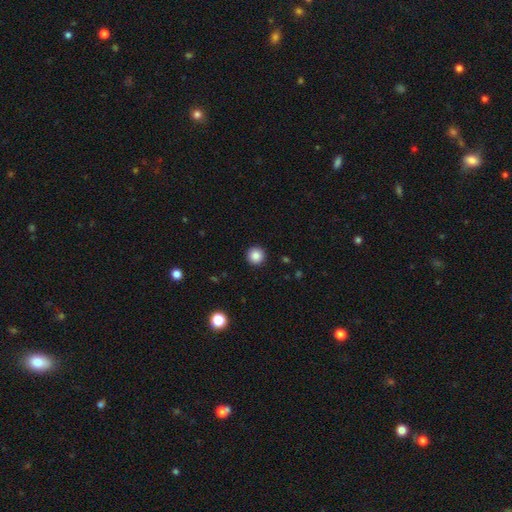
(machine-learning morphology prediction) A smooth galaxy with no disk features (86%) that is round (96%).

Vote fractions:
- Smooth or featured? smooth: 86% / star or artifact: 10% / featured or disk: 4%
- How rounded? round: 96% / in between: 3% / cigar-shaped: 1%
- Merging? none: 93% / minor disturbance: 4% / major disturbance: 2% / merger: 1%